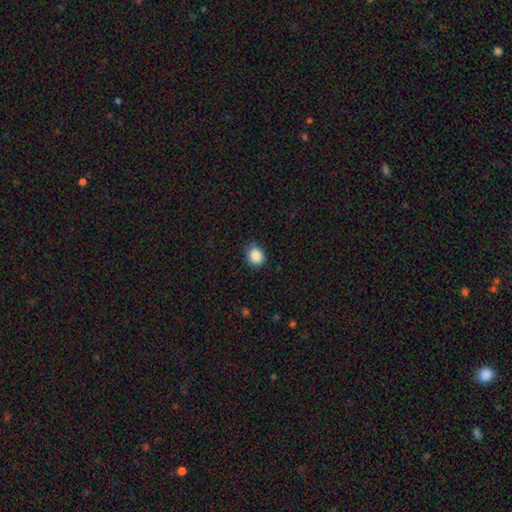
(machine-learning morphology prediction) Smooth or featured?
  - smooth: 87% *
  - star or artifact: 9%
  - featured or disk: 4%
How rounded?
  - round: 69% *
  - in between: 30%
  - cigar-shaped: 1%
Merging?
  - none: 76% *
  - minor disturbance: 20%
  - major disturbance: 3%
  - merger: 1%